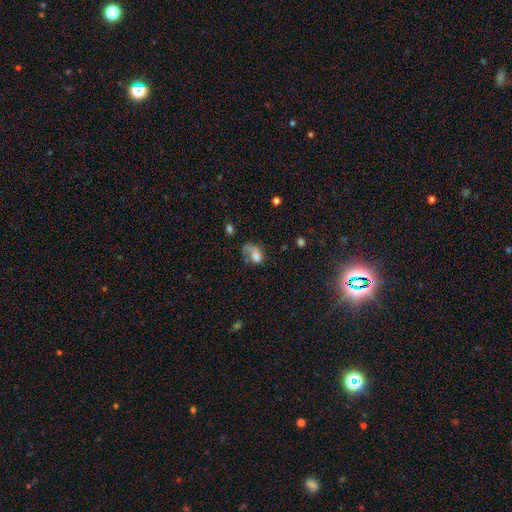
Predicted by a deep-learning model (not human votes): The model was most divided on "merging": major disturbance: 42%, none: 27%, minor disturbance: 21%, merger: 10%. More confident: how rounded — in between (77%); smooth or featured — smooth (61%).